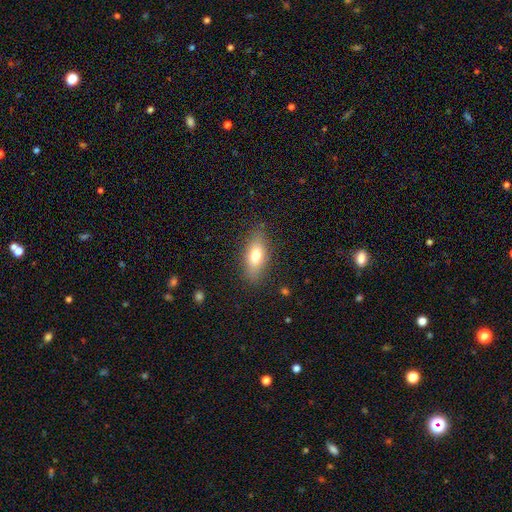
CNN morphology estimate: The model was most divided on "smooth or featured": smooth: 73%, featured or disk: 19%, star or artifact: 8%. More confident: merging — none (83%); how rounded — in between (78%).